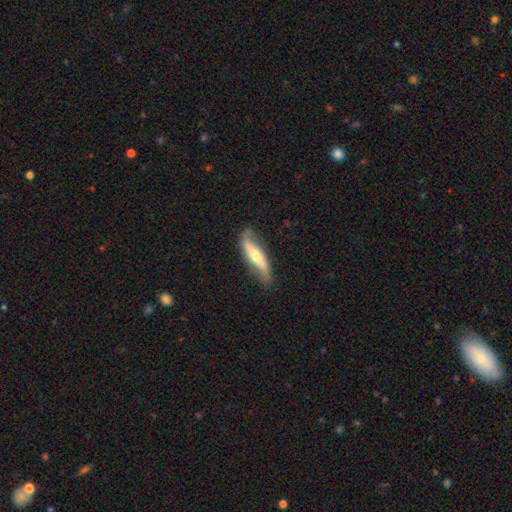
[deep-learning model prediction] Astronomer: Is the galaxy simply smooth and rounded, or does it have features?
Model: featured or disk — 69%.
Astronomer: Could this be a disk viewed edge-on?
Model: no — 58% (runner-up: yes, 42%).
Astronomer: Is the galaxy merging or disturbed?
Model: none — 75%.